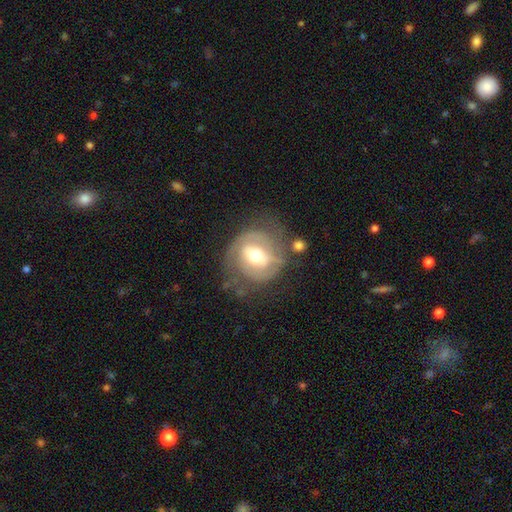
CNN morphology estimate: A featured or disk galaxy (75%) with a weak bar (44%), 2 (66%) tight (51%) spiral arms (84%) and a moderate central bulge (70%). Merging: none (65%).